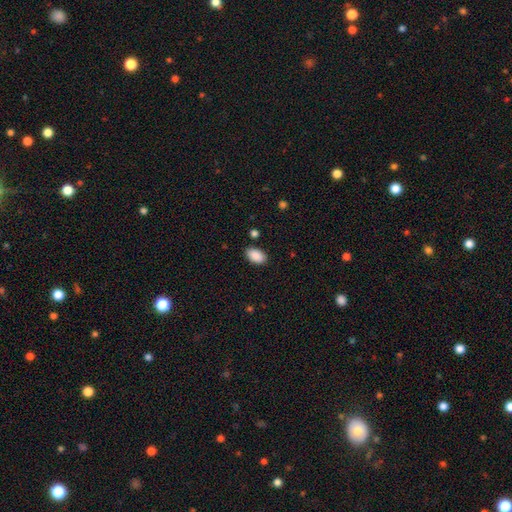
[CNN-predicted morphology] smooth-or-featured: smooth: 90% | star or artifact: 7% | featured or disk: 3%
  how-rounded: in between: 93% | round: 6% | cigar-shaped: 1%
  merging: none: 86% | minor disturbance: 10% | major disturbance: 2% | merger: 2%